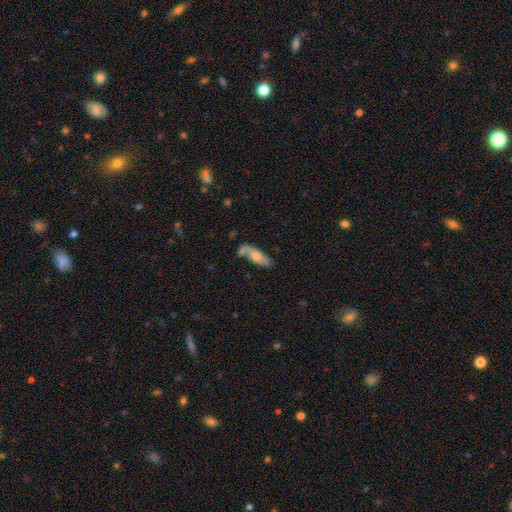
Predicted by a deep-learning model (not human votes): Smooth or featured? Predicted: smooth (p=0.56). How rounded? Predicted: in between (p=0.64). Merging? Predicted: none (p=0.48).